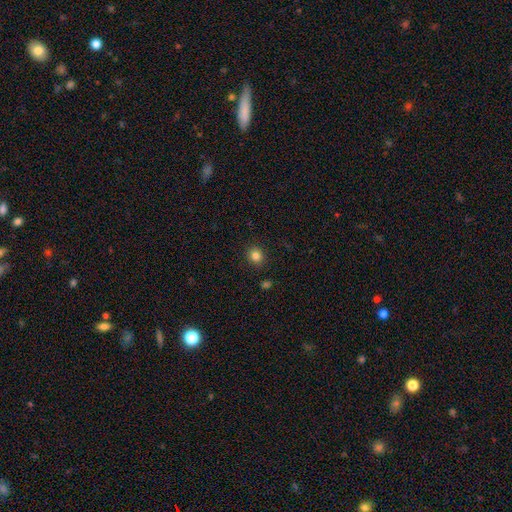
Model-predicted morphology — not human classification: Q: Smooth or featured?
A: smooth (83%); runner-up: star or artifact (12%)
Q: How rounded?
A: round (85%); runner-up: in between (14%)
Q: Merging?
A: none (90%); runner-up: minor disturbance (6%)